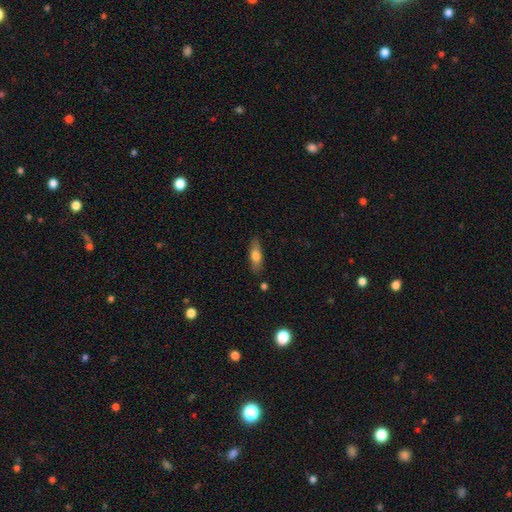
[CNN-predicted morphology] smooth 69%, featured or disk 25%, star or artifact 7%. Down the decision tree: how rounded — in between (58%); merging — none (82%).